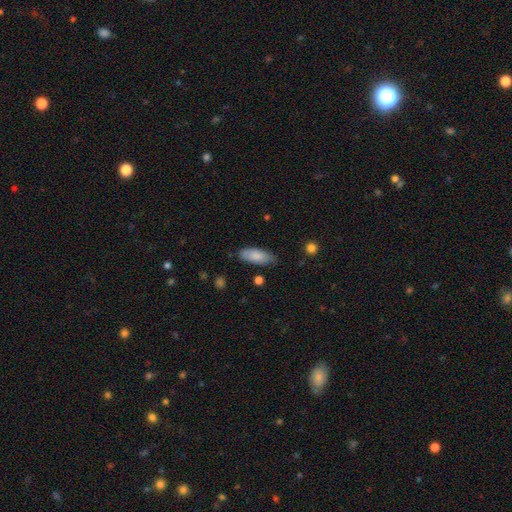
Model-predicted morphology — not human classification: smooth_or_featured: smooth (p=0.84) [alt: featured or disk p=0.10]
how_rounded: in between (p=0.79) [alt: cigar-shaped p=0.20]
merging: none (p=0.77) [alt: minor disturbance p=0.18]